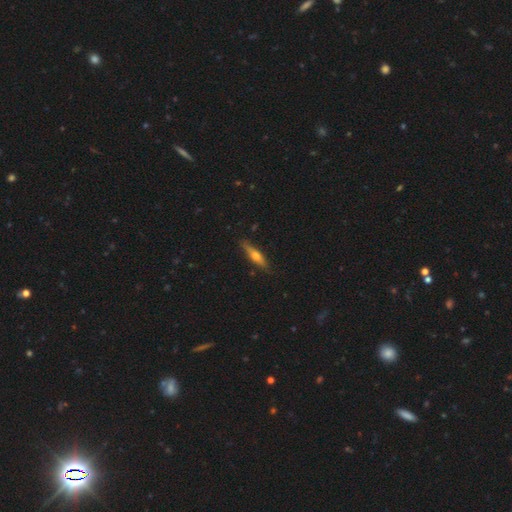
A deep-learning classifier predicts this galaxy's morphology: This appears to be a featured or disk galaxy (52%) viewed edge-on (93%). Merging: none (85%).